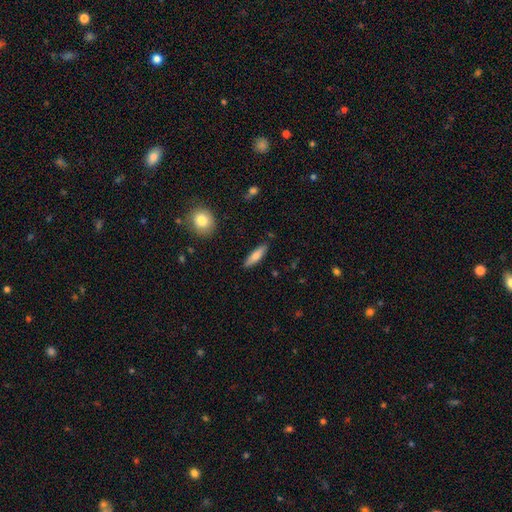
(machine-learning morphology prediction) A smooth galaxy with no disk features (75%) that is cigar-shaped (61%). Merging: none (87%).